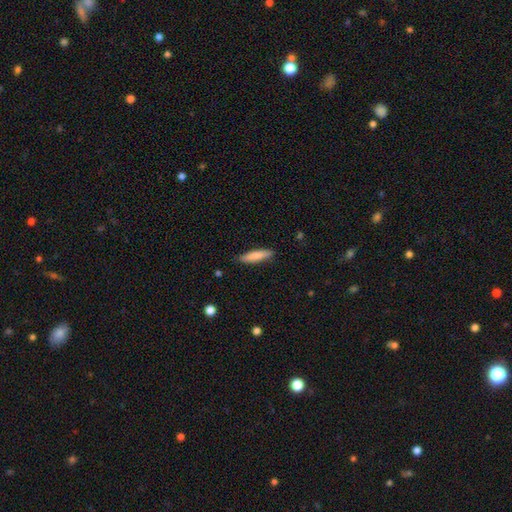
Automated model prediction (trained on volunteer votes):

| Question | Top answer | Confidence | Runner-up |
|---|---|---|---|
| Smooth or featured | smooth | 81% | featured or disk (13%) |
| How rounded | cigar-shaped | 81% | in between (18%) |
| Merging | none | 88% | minor disturbance (9%) |